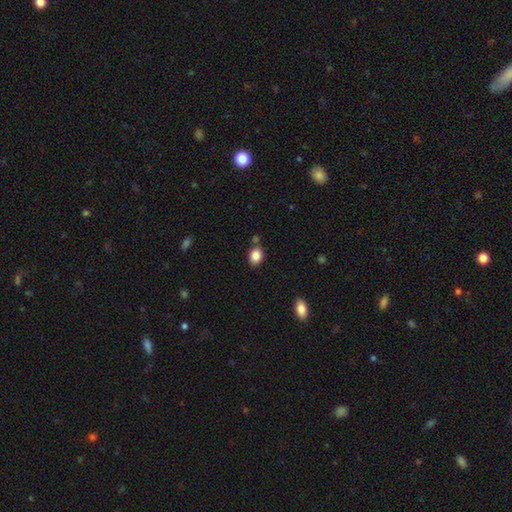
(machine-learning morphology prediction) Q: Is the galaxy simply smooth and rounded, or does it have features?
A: smooth — 85%.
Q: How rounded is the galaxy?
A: in between — 56%.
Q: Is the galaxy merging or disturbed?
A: none — 75%.